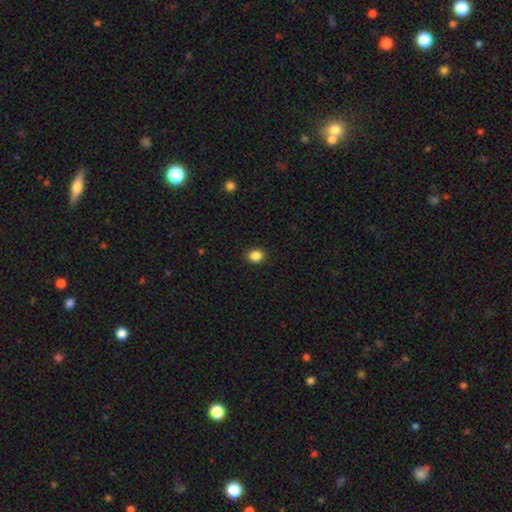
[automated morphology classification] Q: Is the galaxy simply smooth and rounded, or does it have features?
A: smooth — 86%.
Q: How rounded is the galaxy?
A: round — 69%.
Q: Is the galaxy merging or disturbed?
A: none — 90%.